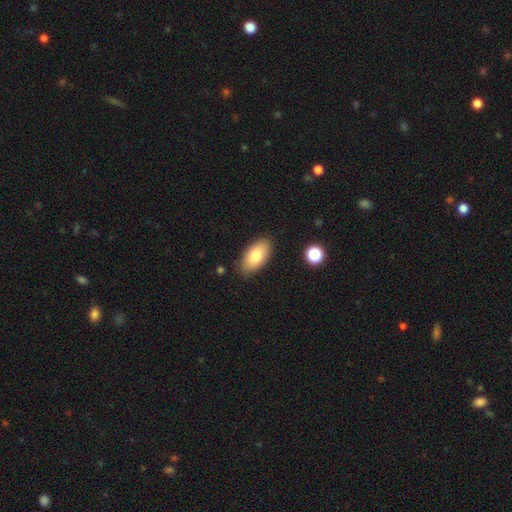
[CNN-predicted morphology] A smooth galaxy with no disk features (79%) that is in between round and cigar-shaped (93%). Merging: none (85%).